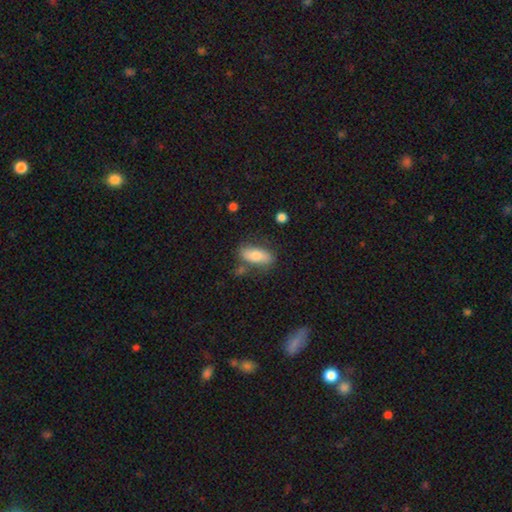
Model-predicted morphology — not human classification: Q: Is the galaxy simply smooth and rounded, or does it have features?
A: smooth — 72%.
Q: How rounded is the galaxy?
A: in between — 78%.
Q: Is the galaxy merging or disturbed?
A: none — 71%.